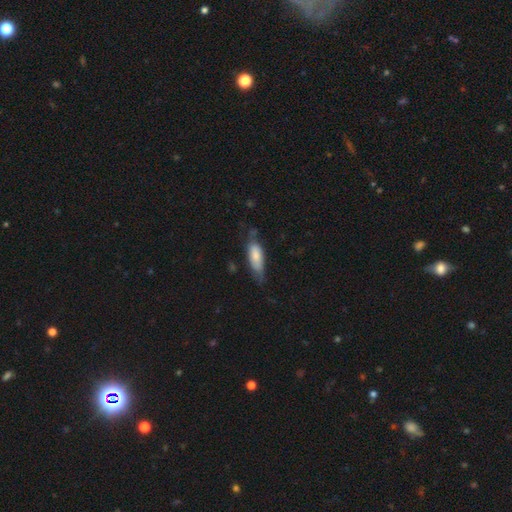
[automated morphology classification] The model was most divided on "merging": none: 51%, minor disturbance: 35%, major disturbance: 11%, merger: 3%. More confident: smooth or featured — smooth (71%); how rounded — in between (63%).